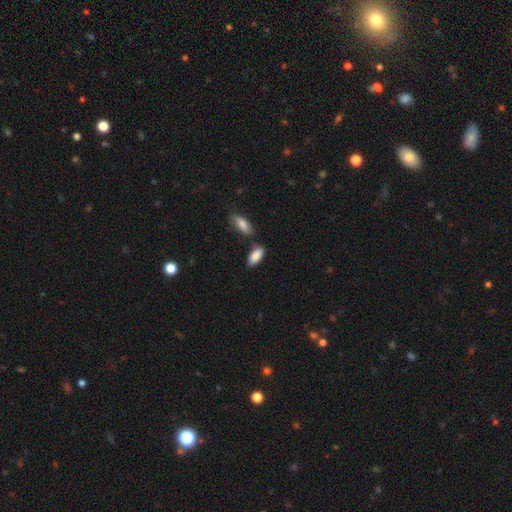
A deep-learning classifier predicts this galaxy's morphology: Smooth or featured? Predicted: smooth (p=0.88). How rounded? Predicted: in between (p=0.88). Merging? Predicted: none (p=0.71).